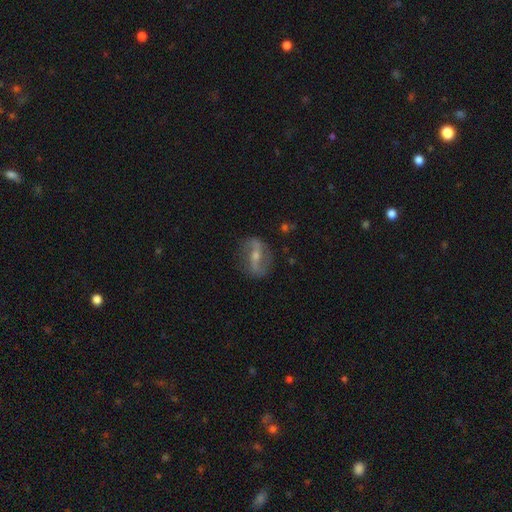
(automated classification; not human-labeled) Smooth or featured: featured or disk — 80% (smooth — 12%)
Edge-on disk: no — 90% (yes — 10%)
Bar: strong — 56% (weak — 29%)
Spiral arms: yes — 82% (no — 18%)
Spiral winding: loose — 55% (medium — 30%)
Spiral arm count: 2 — 88% (can't tell — 6%)
Bulge size: small — 51% (moderate — 44%)
Merging: none — 80% (minor disturbance — 14%)